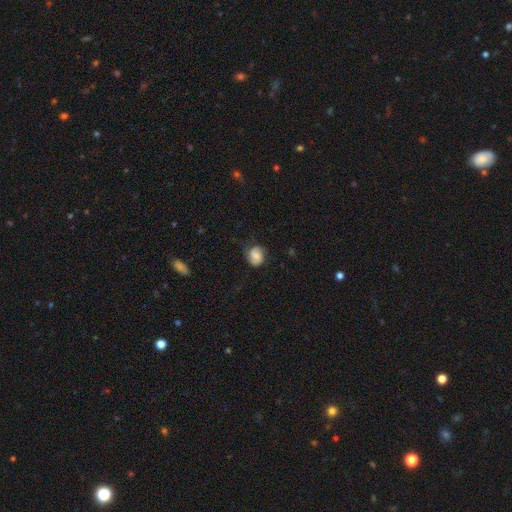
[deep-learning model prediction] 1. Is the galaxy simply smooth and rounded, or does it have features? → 60% smooth, 30% featured or disk, 9% star or artifact.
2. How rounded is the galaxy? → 60% round, 39% in between, 1% cigar-shaped.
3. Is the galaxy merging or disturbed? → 63% none, 26% minor disturbance, 10% major disturbance, 1% merger.